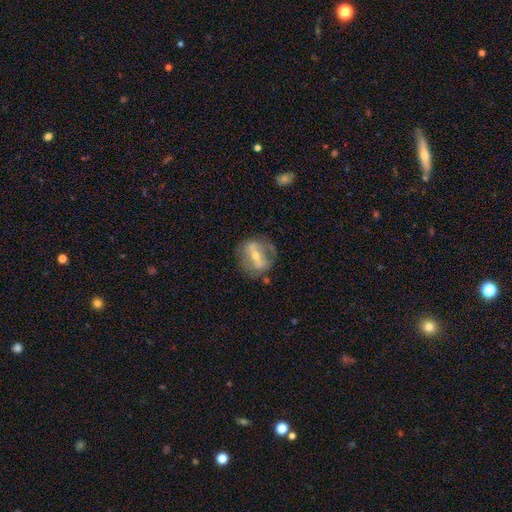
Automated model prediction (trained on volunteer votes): This appears to be a featured or disk galaxy (68%) with a strong bar (62%), no spiral arms (61%) and a small central bulge (53%). Merging: none (68%).